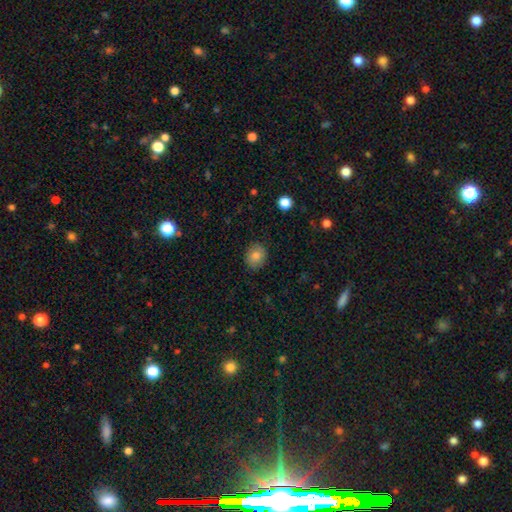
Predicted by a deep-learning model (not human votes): This appears to be a smooth galaxy with no disk features (82%) that is round (67%). Merging: none (88%).